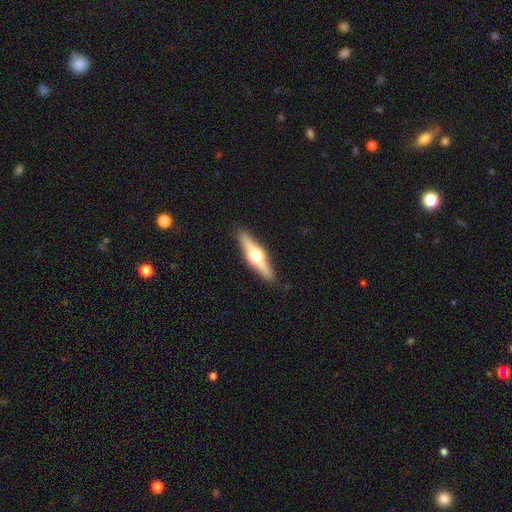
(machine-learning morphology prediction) This is likely a featured or disk galaxy (68%). It is clearly viewed edge-on (96%). Edge-on bulge: clearly rounded (96%). Merging: clearly none (90%).